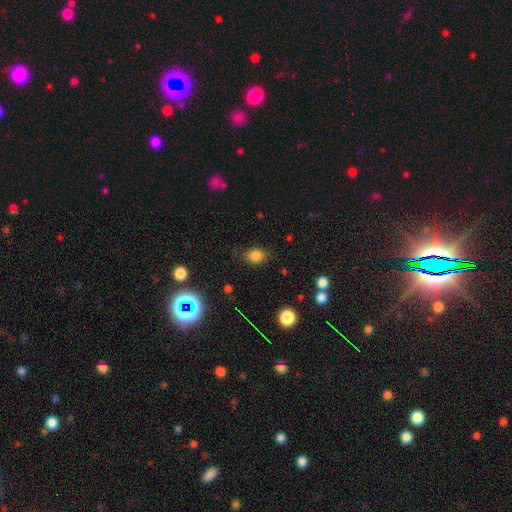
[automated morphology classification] This appears to be a smooth galaxy with no disk features (80%) that is in between round and cigar-shaped (51%). Merging: none (81%).